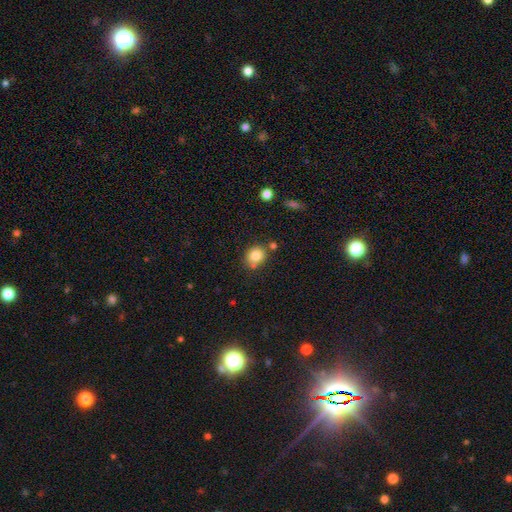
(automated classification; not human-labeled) Smooth or featured: smooth — 83% (star or artifact — 10%)
How rounded: round — 71% (in between — 28%)
Merging: none — 70% (minor disturbance — 14%)